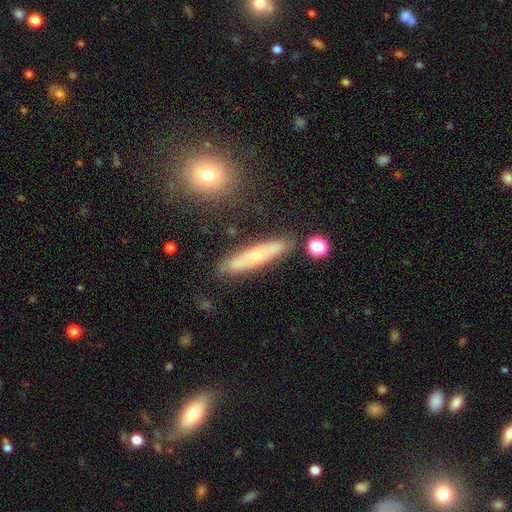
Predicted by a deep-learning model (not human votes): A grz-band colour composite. It shows a featured or disk galaxy (52%) viewed edge-on (67%). Merging: none (82%).